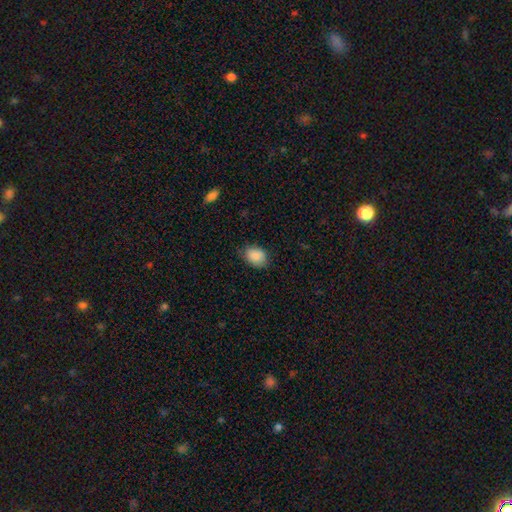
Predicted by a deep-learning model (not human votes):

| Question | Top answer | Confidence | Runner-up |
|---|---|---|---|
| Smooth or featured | smooth | 88% | star or artifact (7%) |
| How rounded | in between | 70% | round (29%) |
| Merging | none | 75% | minor disturbance (20%) |